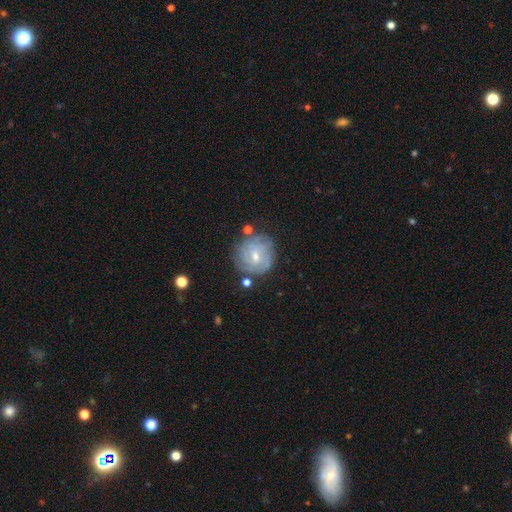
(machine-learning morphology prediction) A featured or disk galaxy (69%) with no bar (52%), tight (70%) spiral arms (87%) and a moderate central bulge (51%).

Vote fractions:
- Smooth or featured? featured or disk: 69% / smooth: 23% / star or artifact: 8%
- Edge-on disk? no: 97% / yes: 3%
- Bar? no: 52% / weak: 42% / strong: 6%
- Spiral arms? yes: 87% / no: 13%
- Spiral winding? tight: 70% / medium: 22% / loose: 7%
- Spiral arm count? can't tell: 50% / 3: 14% / 2: 13% / 4: 12% / more than 4: 6% / 1: 5%
- Bulge size? moderate: 51% / small: 44% / large: 2% / none: 2% / dominant: 1%
- Merging? none: 74% / minor disturbance: 16% / major disturbance: 6% / merger: 4%